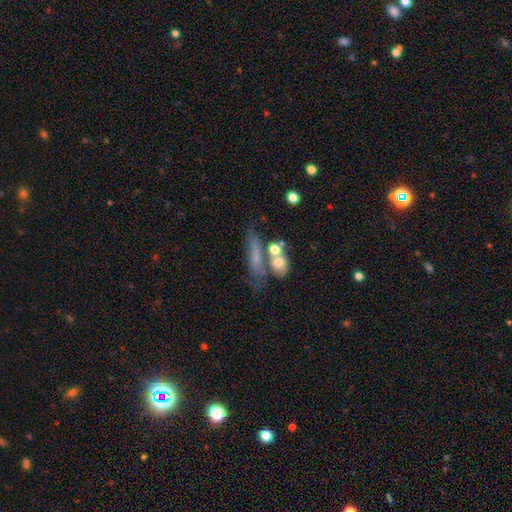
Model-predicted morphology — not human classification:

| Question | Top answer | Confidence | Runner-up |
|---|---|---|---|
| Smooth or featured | smooth | 56% | featured or disk (32%) |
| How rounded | cigar-shaped | 57% | in between (27%) |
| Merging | none | 48% | merger (21%) |